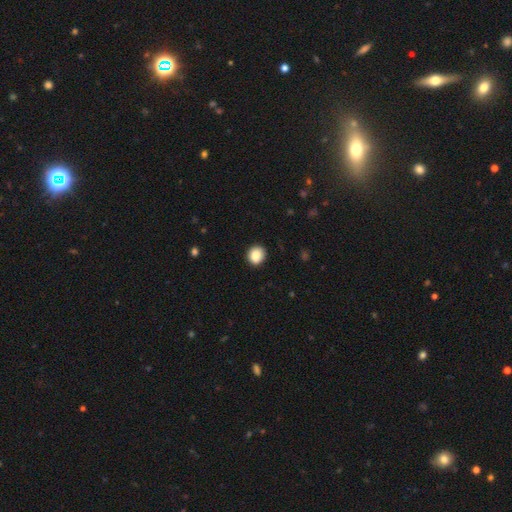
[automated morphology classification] Smooth or featured? smooth (88%)
How rounded? round (80%)
Merging? none (86%)